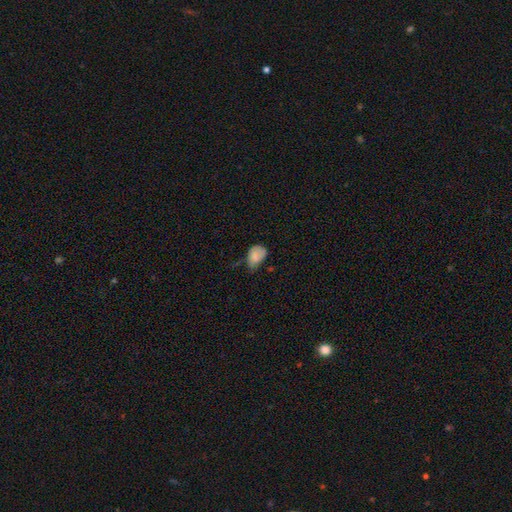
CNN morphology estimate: smooth_or_featured: smooth (p=0.77) [alt: featured or disk p=0.14]
how_rounded: in between (p=0.74) [alt: round p=0.25]
merging: minor disturbance (p=0.45) [alt: none p=0.29]